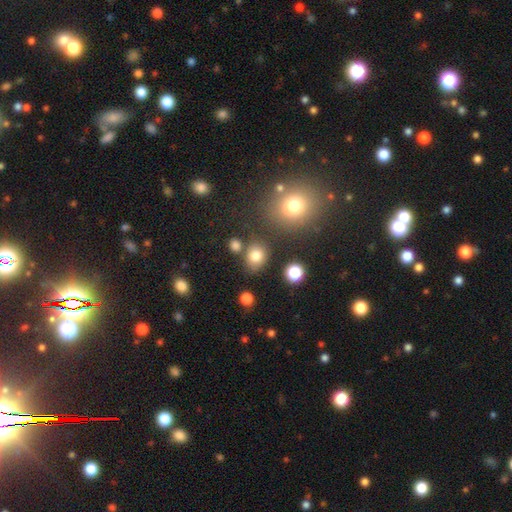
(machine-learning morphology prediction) smooth-or-featured: smooth: 78% | star or artifact: 15% | featured or disk: 8%
  how-rounded: round: 60% | in between: 39% | cigar-shaped: 1%
  merging: none: 72% | minor disturbance: 13% | merger: 10% | major disturbance: 5%